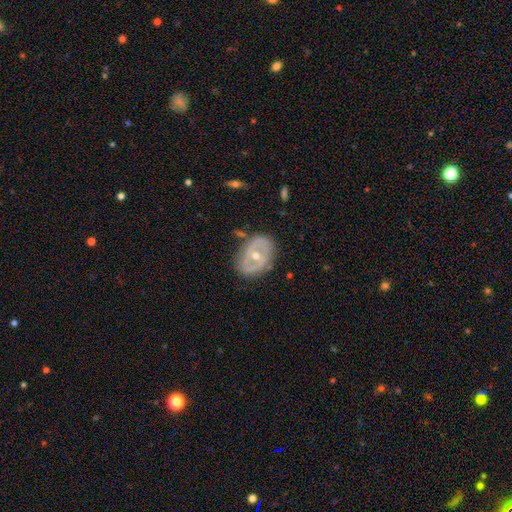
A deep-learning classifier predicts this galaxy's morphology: Overall: featured or disk (71%). Edge-on disk: no (94%). Bar: no (48%; weak 32%). Spiral arms: no (54%; yes 46%). Bulge size: moderate (62%; small 35%). Merging: none (74%).